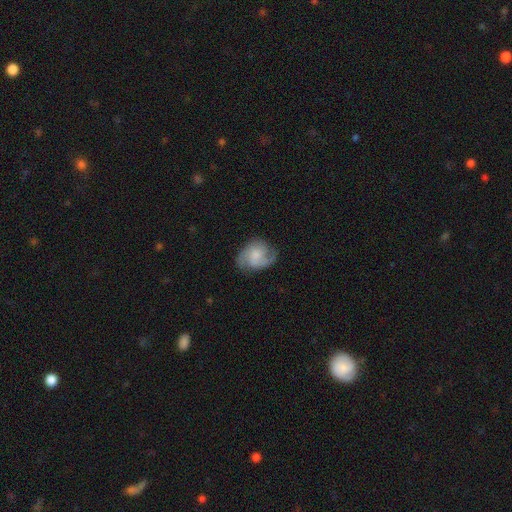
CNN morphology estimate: featured or disk 65%, smooth 28%, star or artifact 7%. Down the decision tree: edge-on disk — no (98%); bar — no (65%); spiral arms — yes (93%); spiral arm count — 2 (63%); spiral winding — medium (48%); bulge size — small (32%, tied with moderate); merging — none (67%).